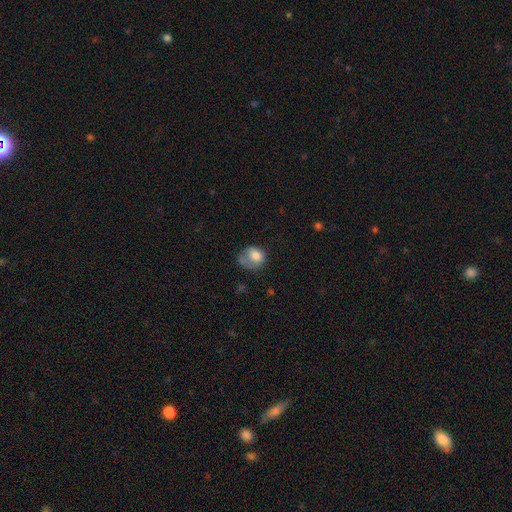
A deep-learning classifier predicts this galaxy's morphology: A smooth galaxy with no disk features (75%) that is round (59%).

Vote fractions:
- Smooth or featured? smooth: 75% / featured or disk: 16% / star or artifact: 9%
- How rounded? round: 59% / in between: 40% / cigar-shaped: 1%
- Merging? none: 32% / major disturbance: 31% / minor disturbance: 31% / merger: 6%